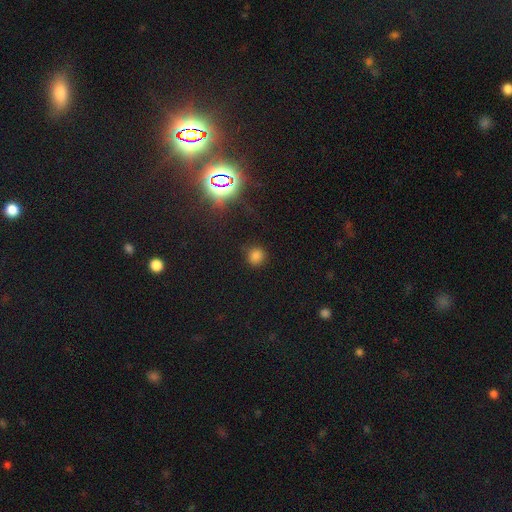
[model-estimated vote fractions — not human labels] This appears to be a smooth galaxy with no disk features (77%) that is round (91%). Merging: none (85%).